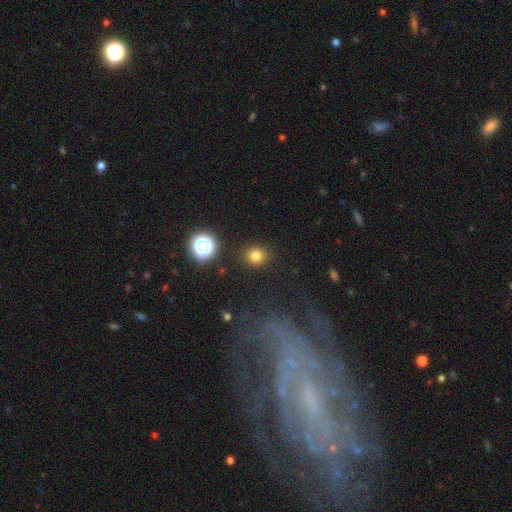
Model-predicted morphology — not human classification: type=smooth (79%); roundness=round (80%); merging=none (89%).